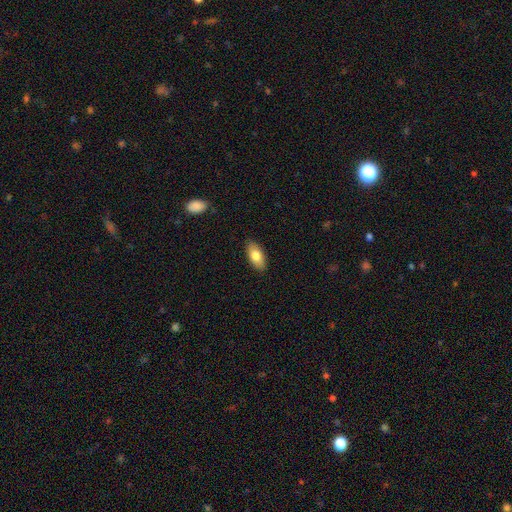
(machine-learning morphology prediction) smooth_or_featured: smooth (p=0.78) [alt: featured or disk p=0.15]
how_rounded: in between (p=0.89) [alt: cigar-shaped p=0.08]
merging: none (p=0.88) [alt: minor disturbance p=0.09]